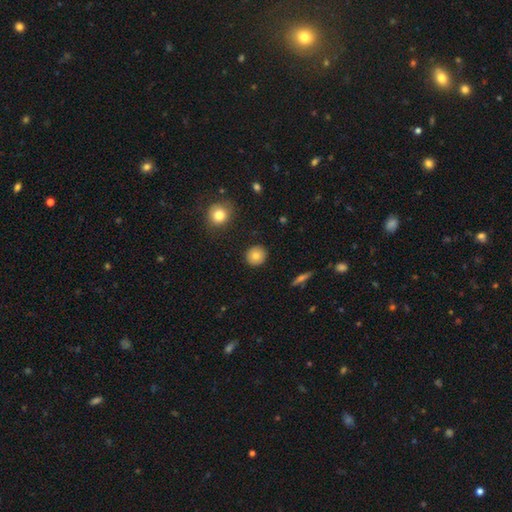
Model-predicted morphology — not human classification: Overall: smooth (81%). How rounded: round (92%). Merging: none (92%).